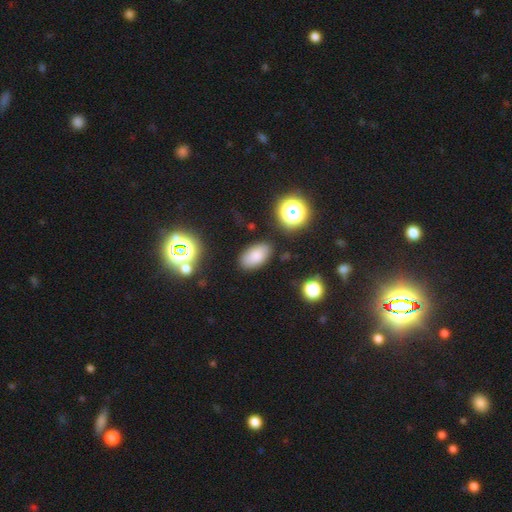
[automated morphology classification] This is likely a smooth galaxy (80%). How rounded: clearly in between (92%). Merging: clearly none (84%).